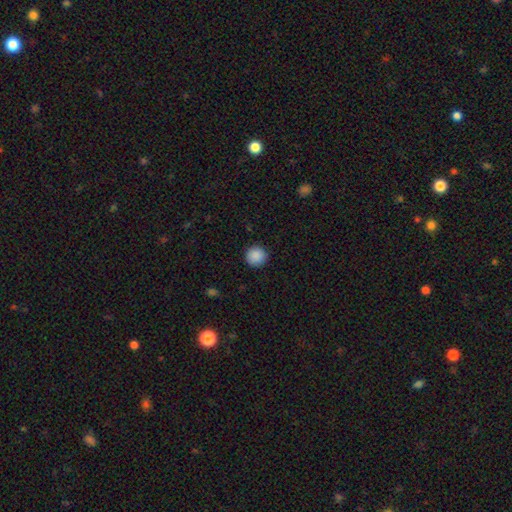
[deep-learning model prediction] smooth-or-featured: smooth: 89% | star or artifact: 8% | featured or disk: 3%
  how-rounded: round: 94% | in between: 5% | cigar-shaped: 1%
  merging: none: 90% | minor disturbance: 7% | major disturbance: 2% | merger: 1%